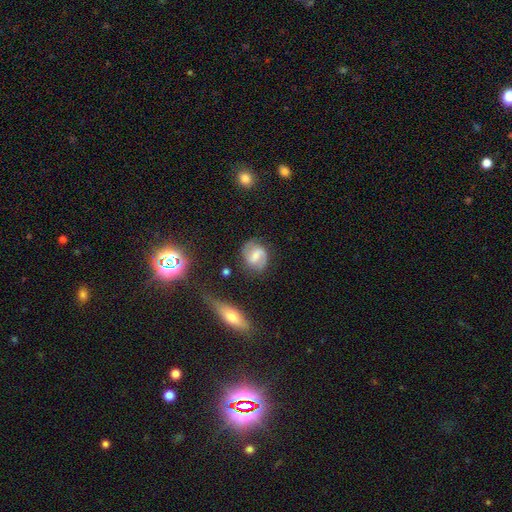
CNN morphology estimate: smooth-or-featured: featured or disk: 63% | smooth: 29% | star or artifact: 8%
  disk-edge-on: no: 97% | yes: 3%
    bar: weak: 50% | strong: 28% | no: 22%
    has-spiral-arms: yes: 89% | no: 11%
      spiral-winding: medium: 49% | loose: 27% | tight: 24%
      spiral-arm-count: 2: 86% | can't tell: 7% | 1: 4% | 3: 1% | 4: 1% | more than 4: 1%
    bulge-size: moderate: 38% | small: 30% | none: 21% | large: 9% | dominant: 2%
  merging: none: 74% | minor disturbance: 17% | major disturbance: 6% | merger: 3%